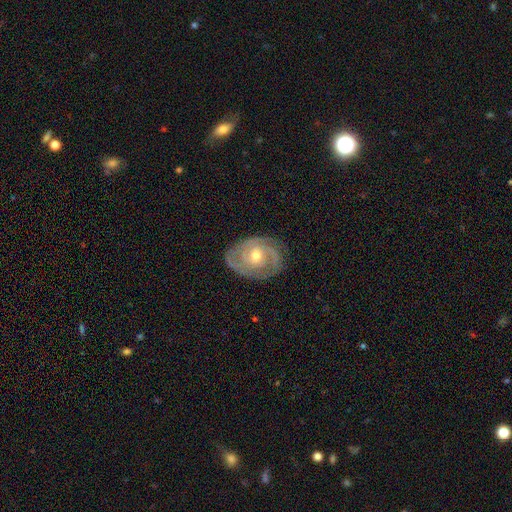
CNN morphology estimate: A featured or disk galaxy (85%) with no bar (69%), 2 (47%) tight (66%) spiral arms (94%) and a moderate central bulge (67%).

Vote fractions:
- Smooth or featured? featured or disk: 85% / smooth: 9% / star or artifact: 5%
- Edge-on disk? no: 96% / yes: 4%
- Bar? no: 69% / weak: 25% / strong: 6%
- Spiral arms? yes: 94% / no: 6%
- Spiral winding? tight: 66% / medium: 28% / loose: 6%
- Spiral arm count? 2: 47% / 3: 22% / can't tell: 19% / 1: 5% / 4: 5% / more than 4: 4%
- Bulge size? moderate: 67% / small: 29% / large: 2% / none: 1% / dominant: 1%
- Merging? none: 79% / minor disturbance: 16% / major disturbance: 4% / merger: 1%